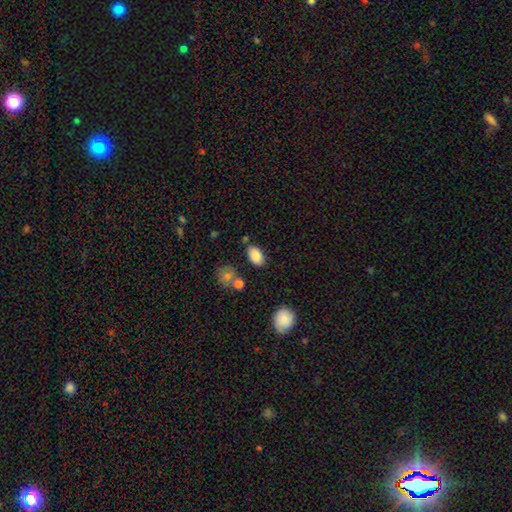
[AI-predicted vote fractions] Overall: smooth (85%). How rounded: in between (92%). Merging: none (79%).